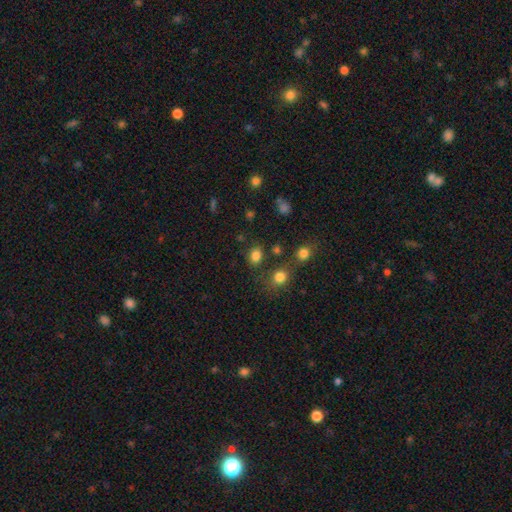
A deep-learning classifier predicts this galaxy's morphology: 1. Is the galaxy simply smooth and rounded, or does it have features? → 81% smooth, 14% star or artifact, 5% featured or disk.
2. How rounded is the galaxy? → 53% in between, 45% round, 1% cigar-shaped.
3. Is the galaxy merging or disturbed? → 74% none, 12% minor disturbance, 9% merger, 5% major disturbance.